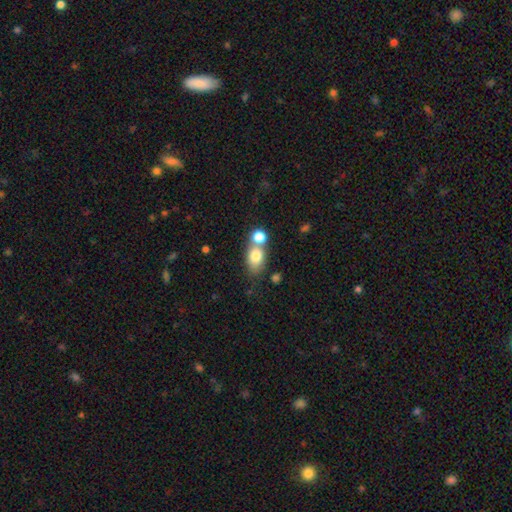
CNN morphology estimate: Q: Smooth or featured?
A: smooth (77%); runner-up: featured or disk (14%)
Q: How rounded?
A: in between (71%); runner-up: round (26%)
Q: Merging?
A: merger (43%); runner-up: none (42%)